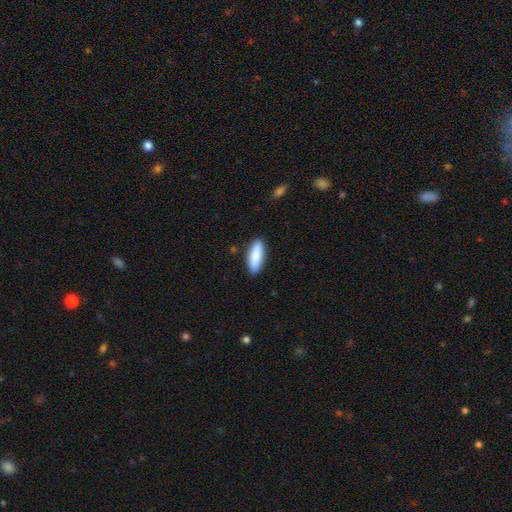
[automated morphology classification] This is clearly a smooth galaxy (88%). How rounded: possibly in between (58%). Merging: clearly none (88%).